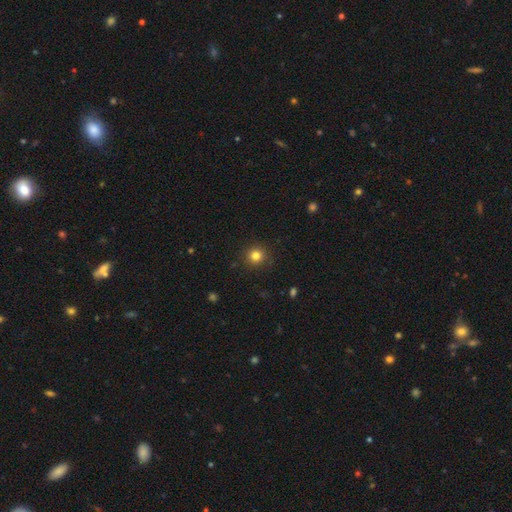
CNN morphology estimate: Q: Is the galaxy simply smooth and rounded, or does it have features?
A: smooth — 82%.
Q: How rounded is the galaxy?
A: round — 93%.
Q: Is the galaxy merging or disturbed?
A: none — 90%.